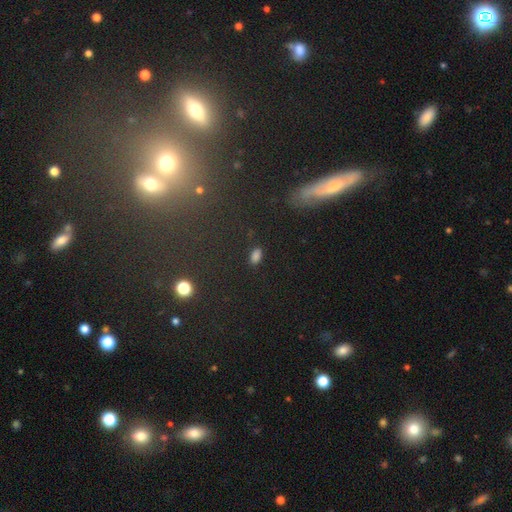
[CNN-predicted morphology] smooth_or_featured: smooth (p=0.77) [alt: star or artifact p=0.17]
how_rounded: in between (p=0.89) [alt: round p=0.07]
merging: none (p=0.83) [alt: minor disturbance p=0.11]